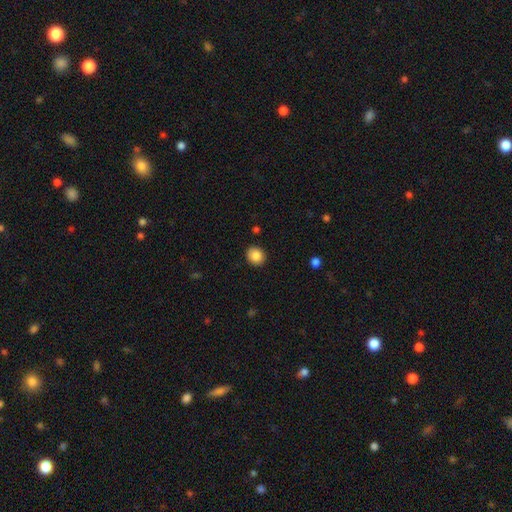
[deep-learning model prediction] Overall: smooth (86%). How rounded: round (76%). Merging: none (90%).